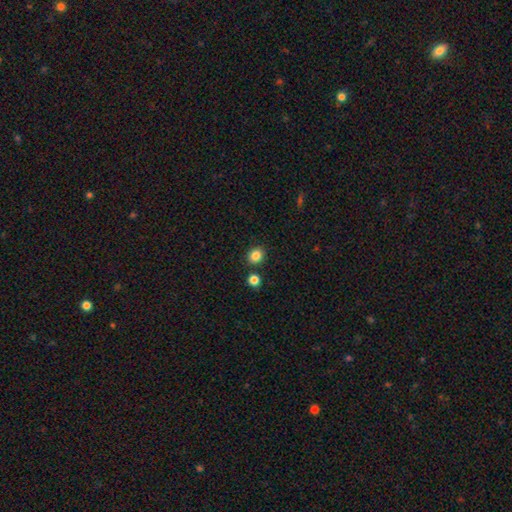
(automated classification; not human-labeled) The model was most divided on "how rounded": round: 71%, in between: 28%, cigar-shaped: 1%. More confident: smooth or featured — smooth (84%); merging — none (84%).